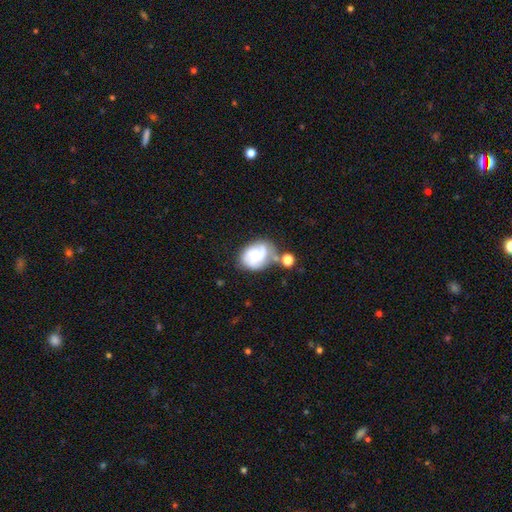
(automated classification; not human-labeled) smooth-or-featured: featured or disk: 56% | smooth: 36% | star or artifact: 8%
  disk-edge-on: no: 97% | yes: 3%
    bar: no: 67% | weak: 27% | strong: 6%
    has-spiral-arms: yes: 81% | no: 19%
    bulge-size: moderate: 45% | small: 39% | large: 7% | none: 6% | dominant: 2%
  merging: none: 39% | minor disturbance: 26% | merger: 20% | major disturbance: 15%